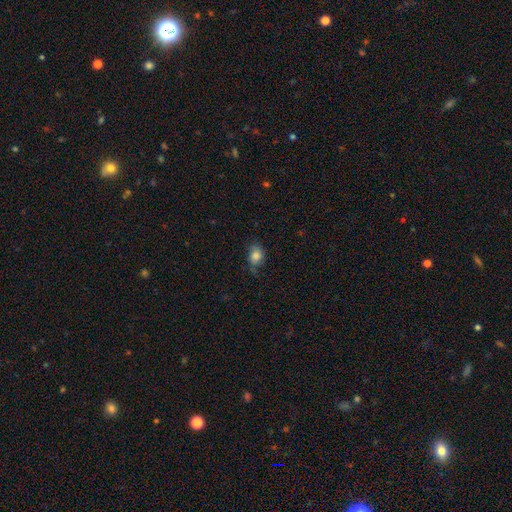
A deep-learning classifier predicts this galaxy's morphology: Smooth or featured? smooth (82%)
How rounded? in between (62%)
Merging? none (64%)